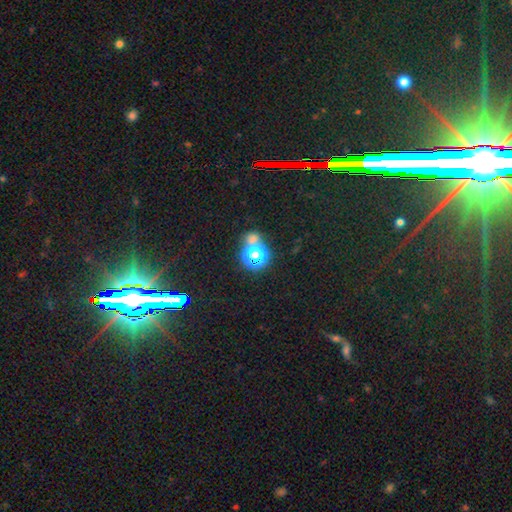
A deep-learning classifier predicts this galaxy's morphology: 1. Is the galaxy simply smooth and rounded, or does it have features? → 49% star or artifact, 43% smooth, 8% featured or disk.